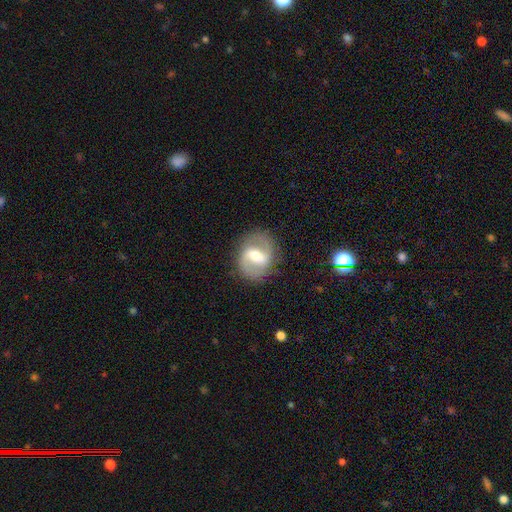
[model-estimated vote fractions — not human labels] Smooth or featured: featured or disk — 81% (smooth — 13%)
Edge-on disk: no — 97% (yes — 3%)
Bar: weak — 46% (strong — 42%)
Spiral arms: yes — 90% (no — 10%)
Spiral winding: medium — 53% (loose — 26%)
Spiral arm count: 2 — 90% (can't tell — 4%)
Bulge size: moderate — 64% (small — 26%)
Merging: none — 84% (minor disturbance — 11%)